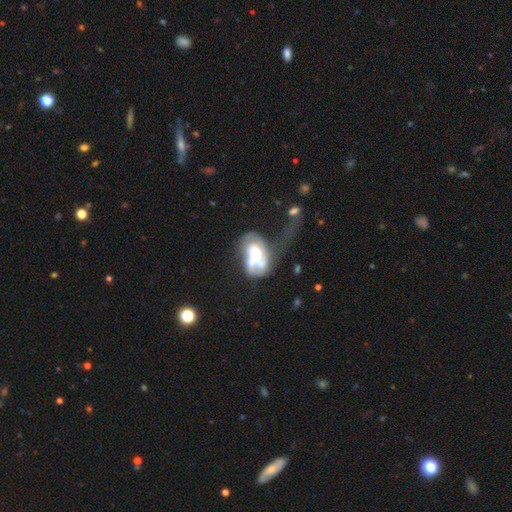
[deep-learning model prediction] smooth_or_featured: featured or disk (p=0.63) [alt: smooth p=0.29]
disk_edge_on: no (p=0.97) [alt: yes p=0.03]
bar: no (p=0.72) [alt: weak p=0.20]
has_spiral_arms: no (p=0.50) [tied with: yes p=0.50]
bulge_size: moderate (p=0.41) [alt: large p=0.29]
merging: major disturbance (p=0.39) [alt: merger p=0.33]